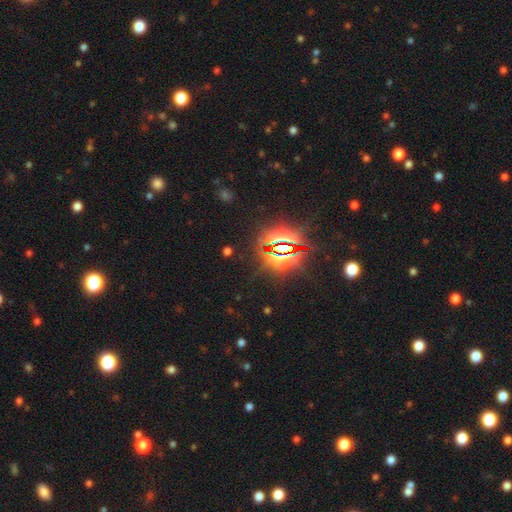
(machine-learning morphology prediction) This is clearly a star or artifact rather than a galaxy (84%).